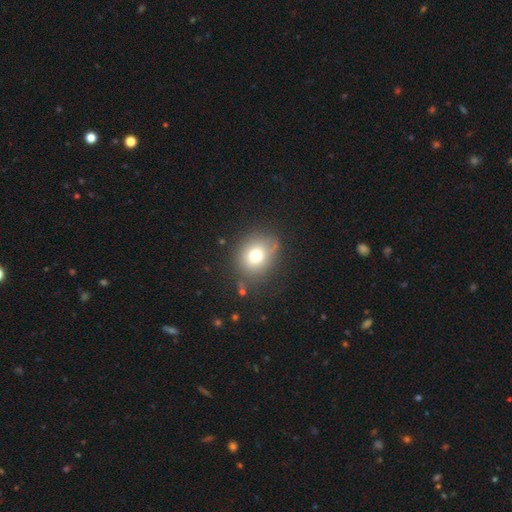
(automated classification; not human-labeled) smooth_or_featured: smooth (p=0.71) [alt: featured or disk p=0.15]
how_rounded: round (p=0.63) [alt: in between p=0.36]
merging: none (p=0.74) [alt: minor disturbance p=0.17]